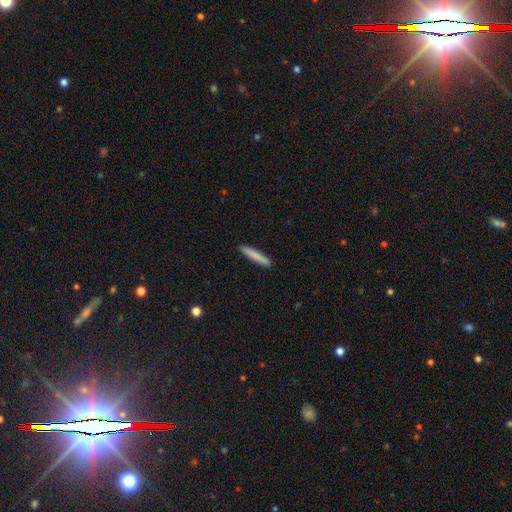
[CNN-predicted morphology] Q: Smooth or featured?
A: smooth (83%); runner-up: featured or disk (12%)
Q: How rounded?
A: cigar-shaped (94%); runner-up: in between (5%)
Q: Merging?
A: none (92%); runner-up: minor disturbance (5%)